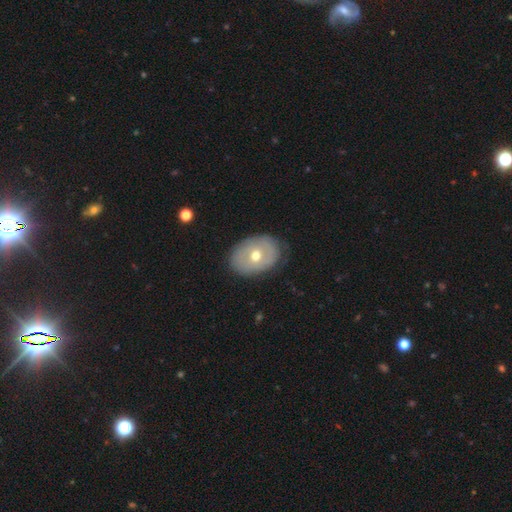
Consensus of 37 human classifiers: Smooth or featured? 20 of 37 (54%) said featured or disk. Edge-on disk? 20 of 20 (100%) said no. Bar? 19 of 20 (95%) said no. Spiral arms? 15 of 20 (75%) said no. Bulge size? 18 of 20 (90%) said moderate. Merging? 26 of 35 (74%) said none.